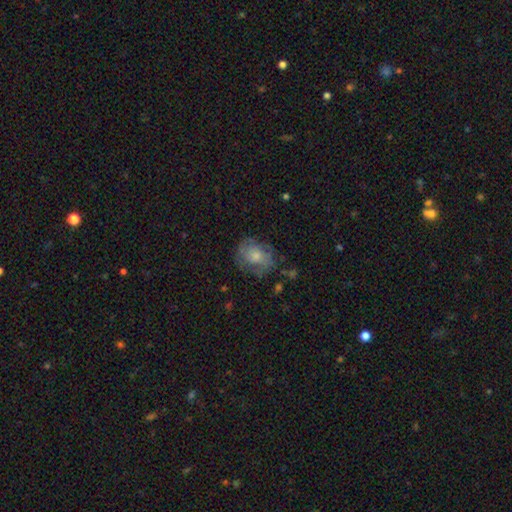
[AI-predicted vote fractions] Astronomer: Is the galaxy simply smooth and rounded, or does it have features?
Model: smooth — 50% (runner-up: featured or disk, 42%).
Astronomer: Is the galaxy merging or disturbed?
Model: none — 61%.